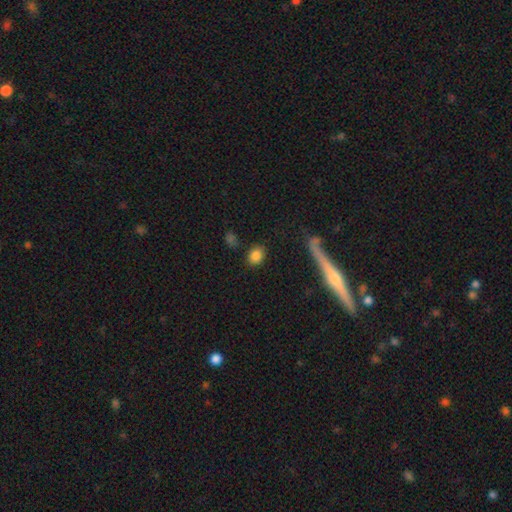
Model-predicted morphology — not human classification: A smooth galaxy with no disk features (84%) that is in between round and cigar-shaped (49%). Merging: none (84%).